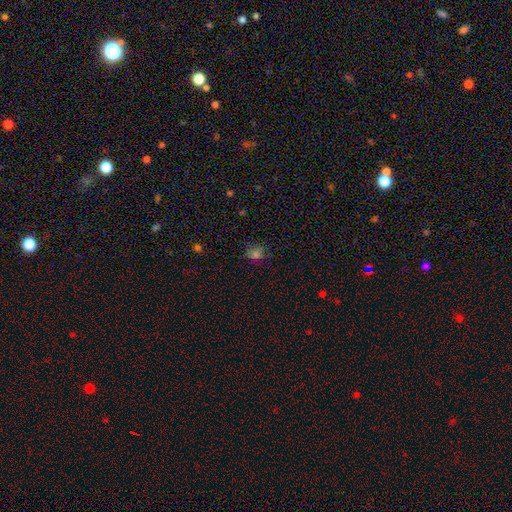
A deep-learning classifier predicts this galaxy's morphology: This appears to be a smooth galaxy with no disk features (60%) that is round (75%). Merging: none (77%).